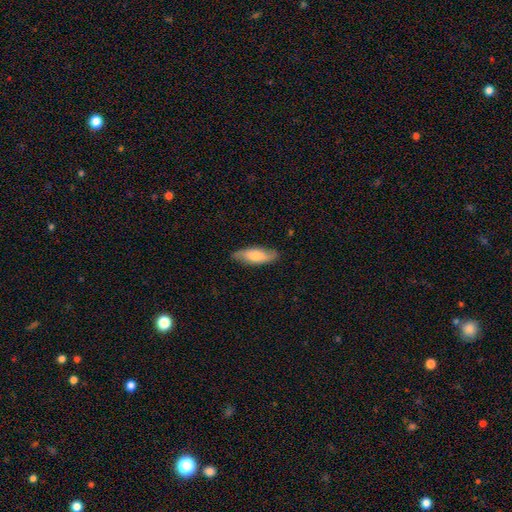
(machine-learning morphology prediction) Smooth or featured? smooth (63%)
How rounded? in between (64%)
Merging? none (84%)